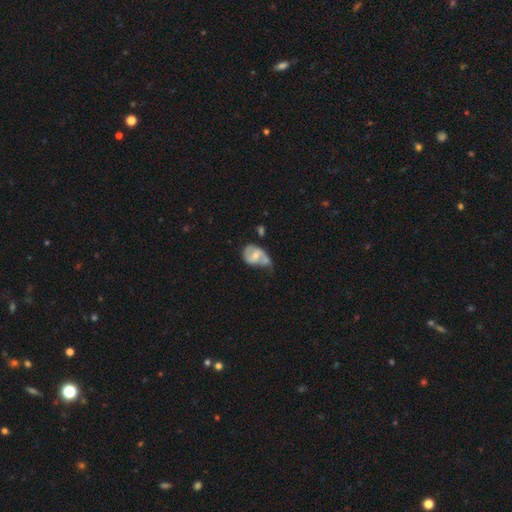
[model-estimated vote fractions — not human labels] This appears to be a featured or disk galaxy (54%) with no bar (51%), spiral arms (63%) and a moderate central bulge (57%). Merging: minor disturbance (34%).